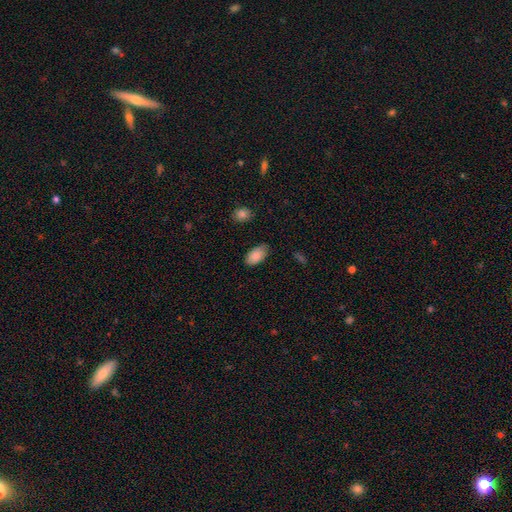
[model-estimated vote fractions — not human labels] Smooth or featured? smooth (86%)
How rounded? in between (95%)
Merging? none (75%)